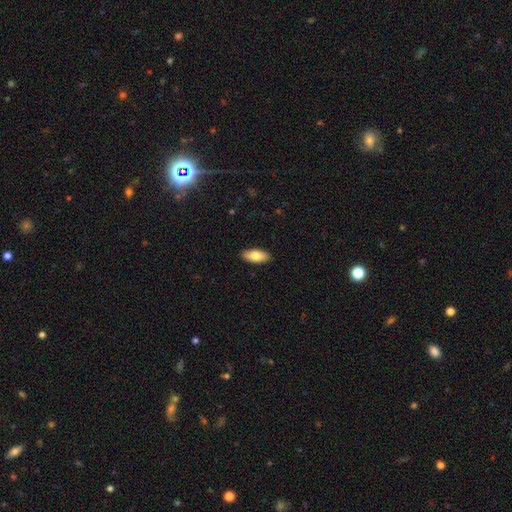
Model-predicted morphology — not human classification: This appears to be a smooth galaxy with no disk features (81%) that is in between round and cigar-shaped (86%). Merging: none (89%).